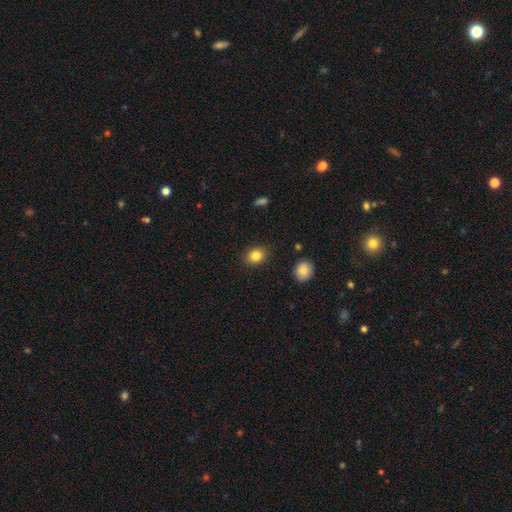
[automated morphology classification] This is clearly a smooth galaxy (84%). How rounded: possibly in between (51%). Merging: clearly none (86%).